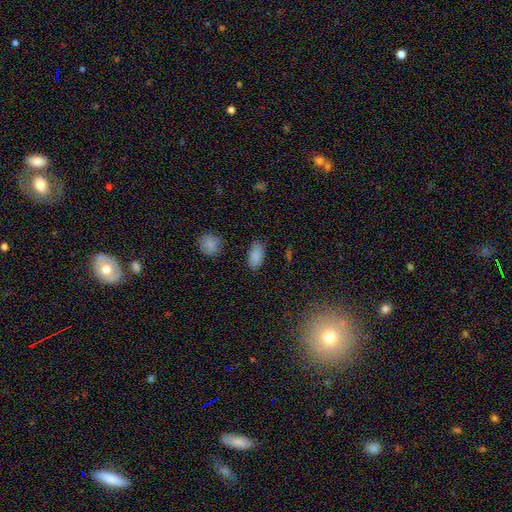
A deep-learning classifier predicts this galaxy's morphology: Smooth or featured? Predicted: smooth (p=0.86). How rounded? Predicted: in between (p=0.93). Merging? Predicted: none (p=0.84).